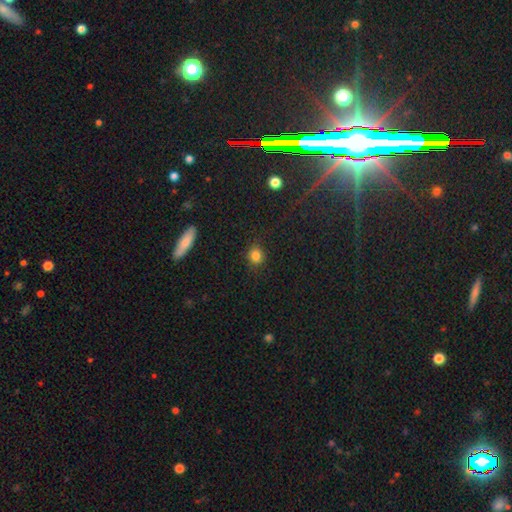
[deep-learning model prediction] A smooth galaxy with no disk features (83%) that is round (81%). Merging: none (87%).